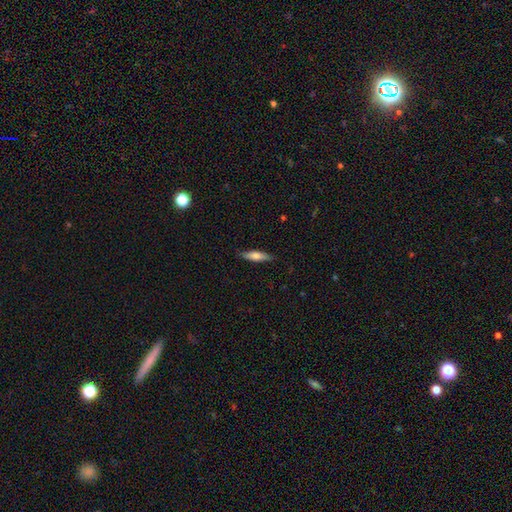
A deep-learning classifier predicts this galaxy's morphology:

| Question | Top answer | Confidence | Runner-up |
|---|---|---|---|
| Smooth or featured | smooth | 65% | featured or disk (29%) |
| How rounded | cigar-shaped | 69% | in between (29%) |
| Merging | none | 84% | minor disturbance (13%) |